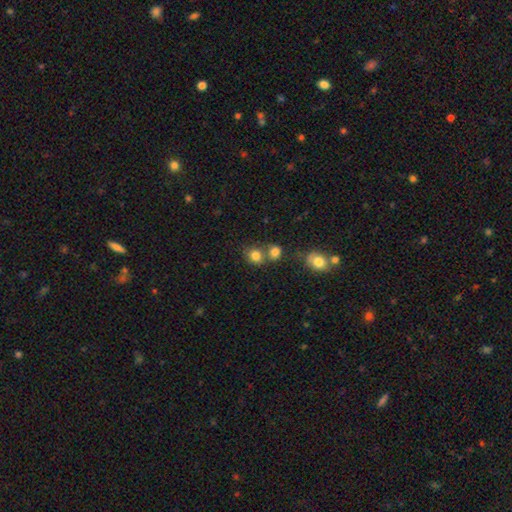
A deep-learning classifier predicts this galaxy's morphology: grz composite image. It shows a smooth galaxy with no disk features (81%) that is round (70%). Merging: none (53%).